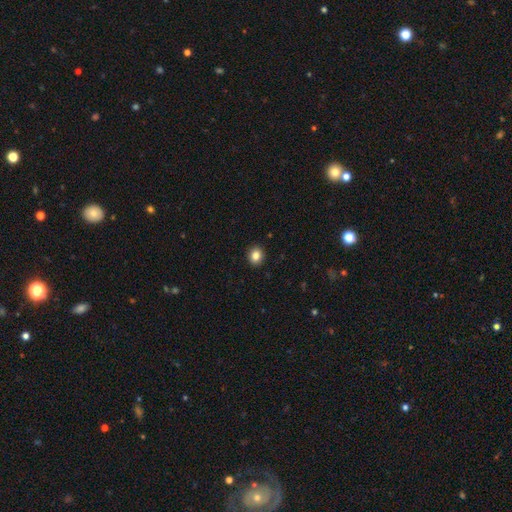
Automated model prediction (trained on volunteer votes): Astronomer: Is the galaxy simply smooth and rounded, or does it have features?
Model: smooth — 84%.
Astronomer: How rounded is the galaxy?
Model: round — 69%.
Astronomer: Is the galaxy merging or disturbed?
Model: none — 92%.